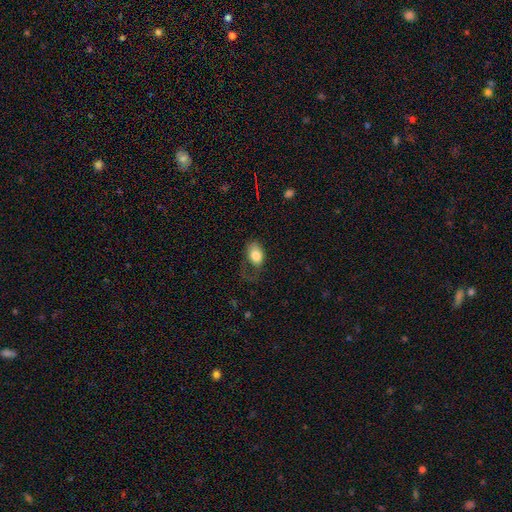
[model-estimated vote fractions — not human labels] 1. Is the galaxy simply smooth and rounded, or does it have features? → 78% smooth, 15% featured or disk, 7% star or artifact.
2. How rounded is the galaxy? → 85% in between, 13% round, 2% cigar-shaped.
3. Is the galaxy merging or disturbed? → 41% major disturbance, 32% none, 24% minor disturbance, 2% merger.